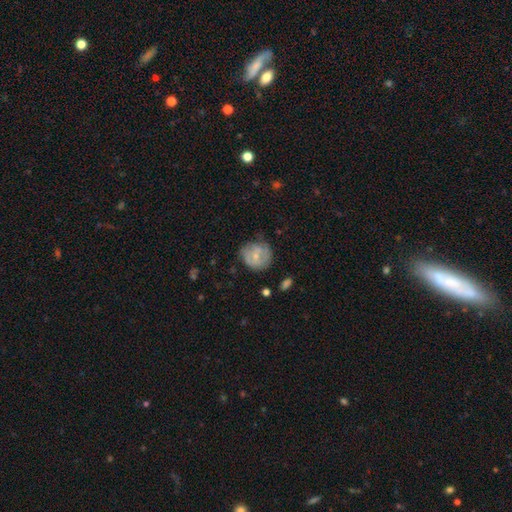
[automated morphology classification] The model was most divided on "smooth or featured": smooth: 49%, featured or disk: 44%, star or artifact: 7%. More confident: merging — none (55%).